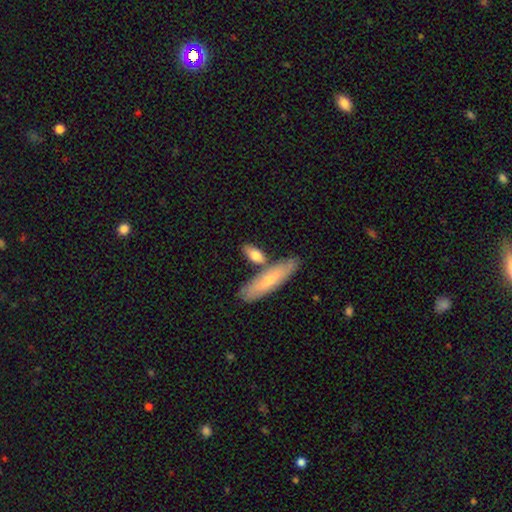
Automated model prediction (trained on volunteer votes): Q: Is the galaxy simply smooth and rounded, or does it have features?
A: smooth — 72%.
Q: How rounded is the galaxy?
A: in between — 57%.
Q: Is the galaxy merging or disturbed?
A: none — 57%.